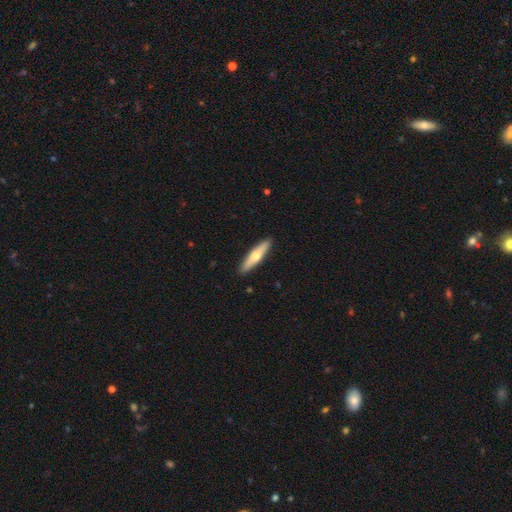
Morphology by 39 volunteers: featured or disk 62%, smooth 38%, star or artifact 0%. Down the decision tree: edge-on disk — yes (96%); edge-on bulge — rounded (91%); merging — none (90%).